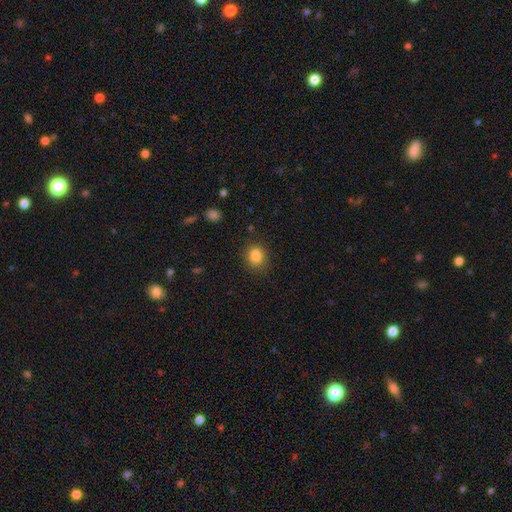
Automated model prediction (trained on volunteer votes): smooth_or_featured: smooth (p=0.84) [alt: star or artifact p=0.10]
how_rounded: round (p=0.54) [alt: in between p=0.44]
merging: none (p=0.77) [alt: minor disturbance p=0.15]